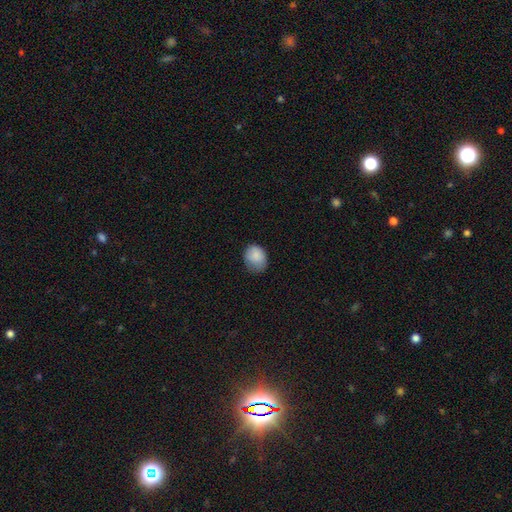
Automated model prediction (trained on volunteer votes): Smooth or featured? smooth (86%)
How rounded? round (56%)
Merging? none (60%)